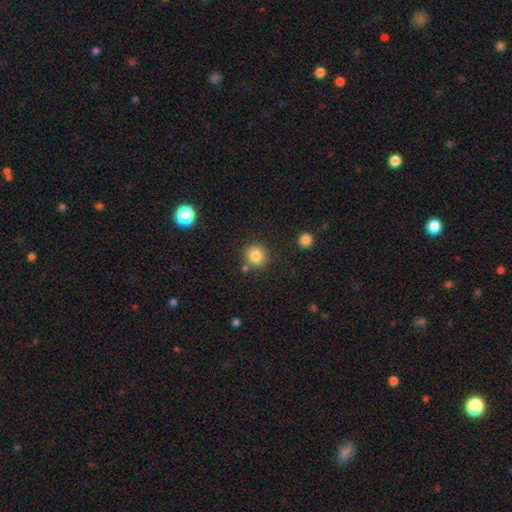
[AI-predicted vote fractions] smooth_or_featured: smooth (p=0.84) [alt: star or artifact p=0.11]
how_rounded: round (p=0.92) [alt: in between p=0.07]
merging: none (p=0.83) [alt: minor disturbance p=0.08]